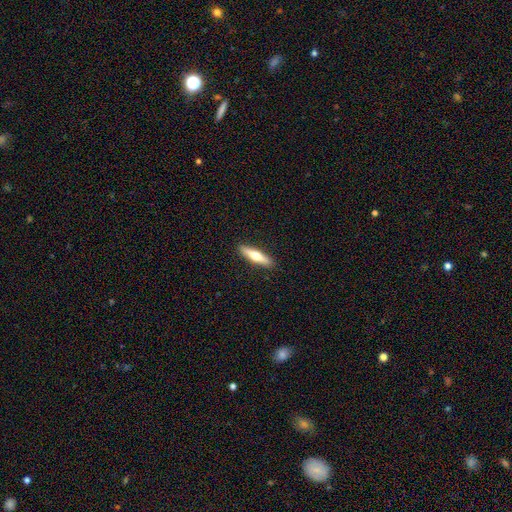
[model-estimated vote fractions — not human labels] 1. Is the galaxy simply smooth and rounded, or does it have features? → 54% smooth, 41% featured or disk, 5% star or artifact.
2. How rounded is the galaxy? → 79% cigar-shaped, 19% in between, 2% round.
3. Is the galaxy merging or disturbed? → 91% none, 6% minor disturbance, 1% major disturbance, 1% merger.